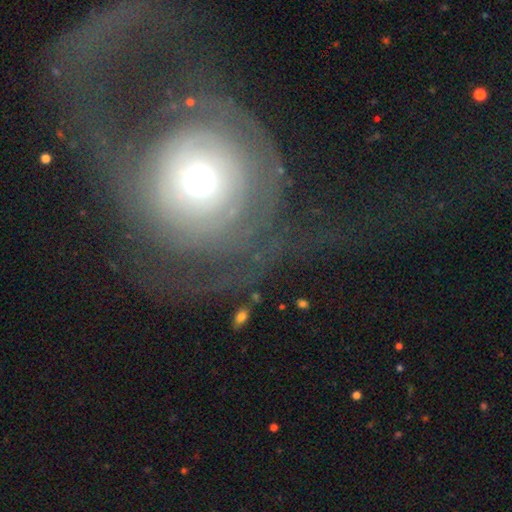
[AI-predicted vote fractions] This appears to be a featured or disk galaxy (57%) with no bar (88%), no spiral arms (51%) and a moderate central bulge (59%). Merging: major disturbance (50%).